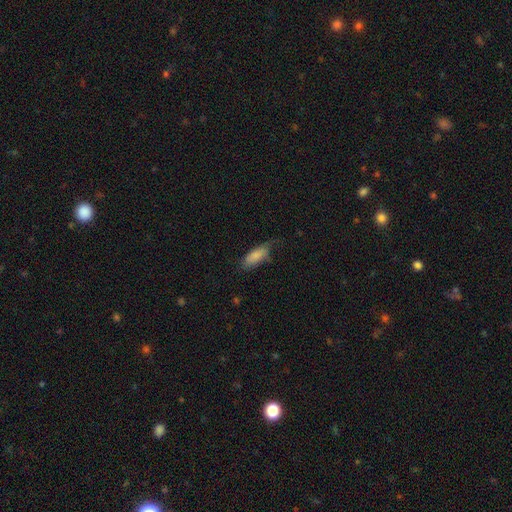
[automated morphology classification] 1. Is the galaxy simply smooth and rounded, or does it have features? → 82% smooth, 12% featured or disk, 6% star or artifact.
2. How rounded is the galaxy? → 74% in between, 24% cigar-shaped, 2% round.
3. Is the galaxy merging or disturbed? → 53% none, 33% minor disturbance, 12% major disturbance, 2% merger.